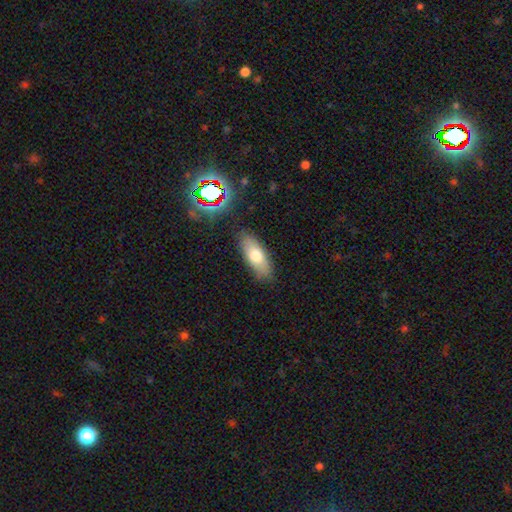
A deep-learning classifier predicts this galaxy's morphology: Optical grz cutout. It shows a smooth galaxy with no disk features (70%) that is in between round and cigar-shaped (73%). Merging: none (84%).